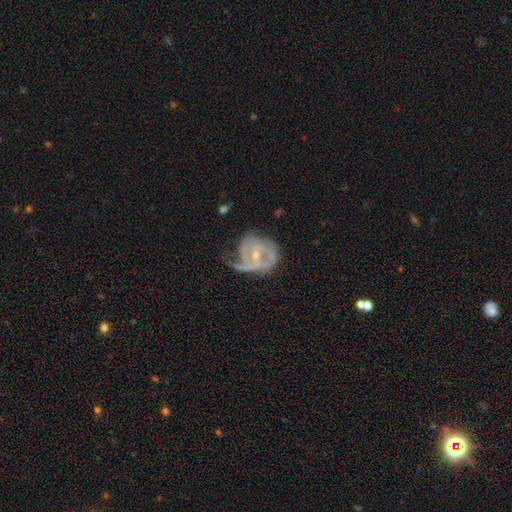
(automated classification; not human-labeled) Overall: featured or disk (82%). Edge-on disk: no (98%). Bar: no (46%; weak 39%). Spiral arms: yes (90%). Spiral arm count: 2 (37%; 1 21%). Spiral winding: medium (41%; tight 39%). Bulge size: small (65%; moderate 31%). Merging: none (37%; major disturbance 33%).